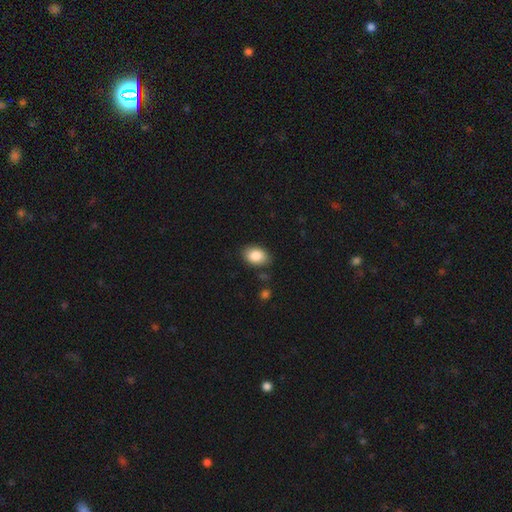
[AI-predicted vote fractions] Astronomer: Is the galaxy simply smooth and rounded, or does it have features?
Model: smooth — 86%.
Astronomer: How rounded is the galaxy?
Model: in between — 84%.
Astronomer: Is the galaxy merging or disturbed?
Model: none — 83%.